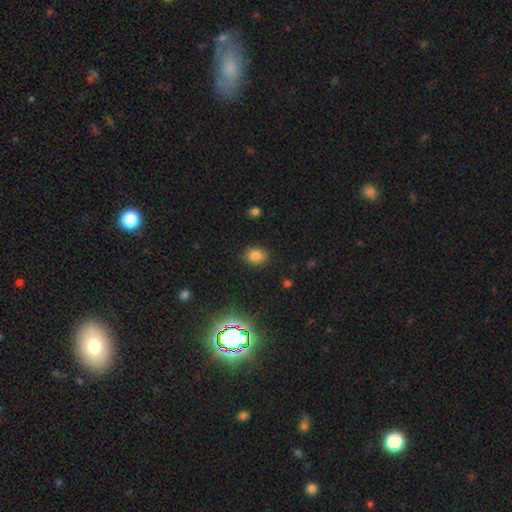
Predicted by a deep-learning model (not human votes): Smooth or featured: smooth — 79% (star or artifact — 14%)
How rounded: in between — 57% (round — 41%)
Merging: none — 87% (minor disturbance — 9%)